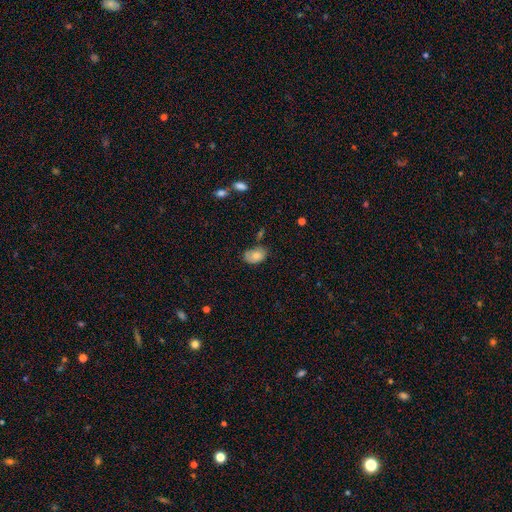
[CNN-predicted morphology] A smooth galaxy with no disk features (77%) that is in between round and cigar-shaped (88%). Merging: none (55%).